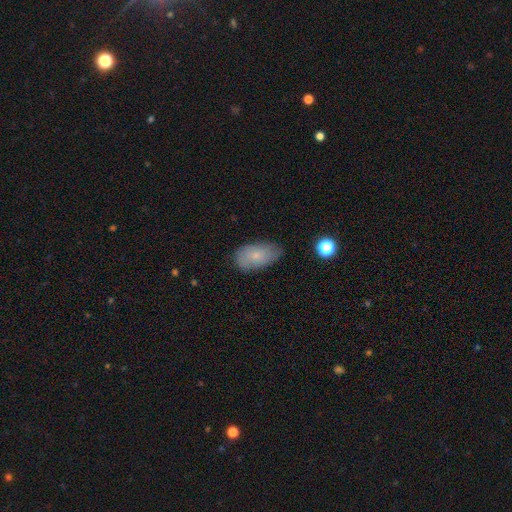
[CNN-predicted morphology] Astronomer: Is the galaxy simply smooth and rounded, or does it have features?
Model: smooth — 70%.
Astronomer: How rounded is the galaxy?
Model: in between — 92%.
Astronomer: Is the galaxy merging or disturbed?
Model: none — 70%.